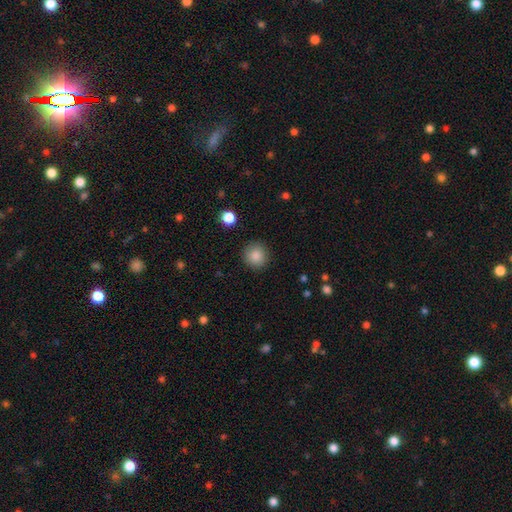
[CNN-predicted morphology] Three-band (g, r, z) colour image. It shows a smooth galaxy with no disk features (87%) that is round (93%). Merging: none (89%).